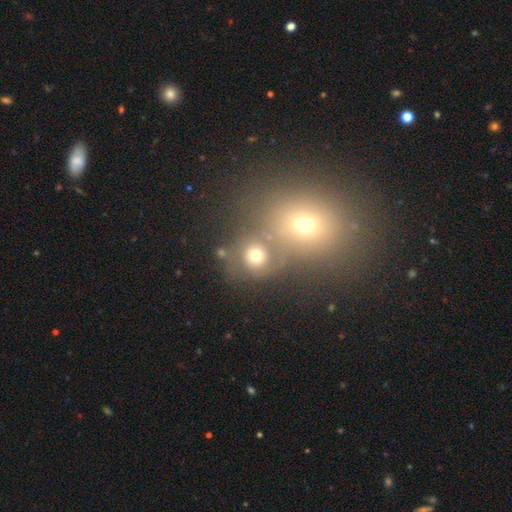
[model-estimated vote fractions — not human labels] Smooth or featured: smooth — 71% (star or artifact — 17%)
How rounded: round — 81% (in between — 18%)
Merging: none — 45% (merger — 41%)